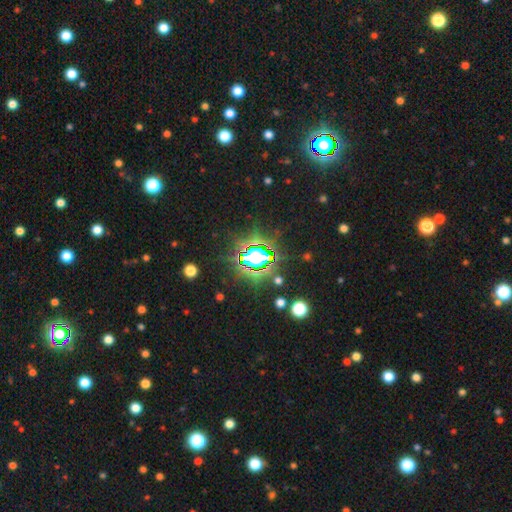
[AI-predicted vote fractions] Smooth or featured: star or artifact — 73% (smooth — 17%)